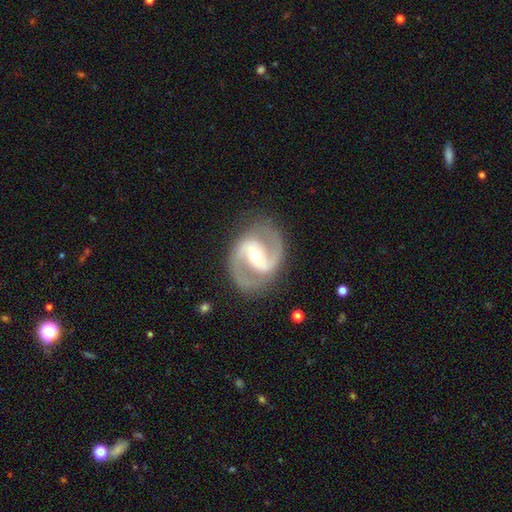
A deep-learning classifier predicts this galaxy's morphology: Smooth or featured: featured or disk — 91% (smooth — 5%)
Edge-on disk: no — 98% (yes — 2%)
Bar: strong — 41% (tied with weak — 41%)
Spiral arms: yes — 97% (no — 3%)
Spiral winding: medium — 63% (loose — 19%)
Spiral arm count: 2 — 94% (can't tell — 2%)
Bulge size: moderate — 54% (small — 39%)
Merging: none — 84% (minor disturbance — 11%)